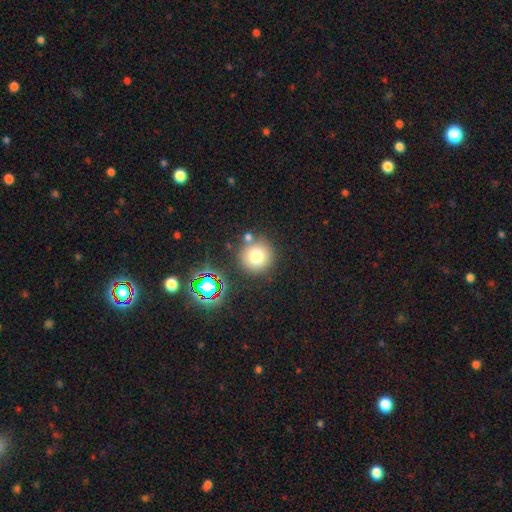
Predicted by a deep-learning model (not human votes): Overall: smooth (73%). How rounded: round (94%). Merging: none (80%).